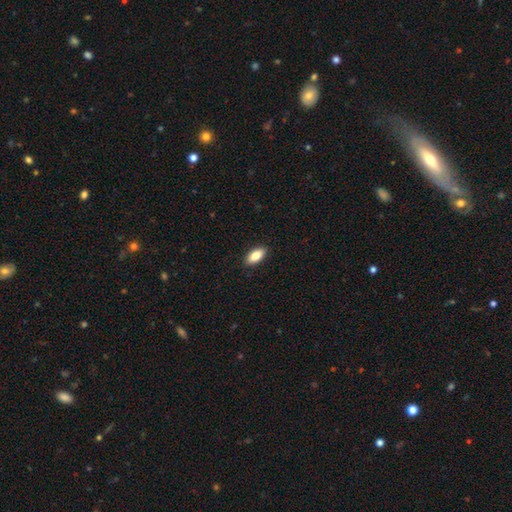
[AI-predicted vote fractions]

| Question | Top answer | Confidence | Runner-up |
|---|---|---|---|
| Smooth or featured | smooth | 85% | featured or disk (8%) |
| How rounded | in between | 88% | cigar-shaped (9%) |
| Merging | none | 90% | minor disturbance (8%) |